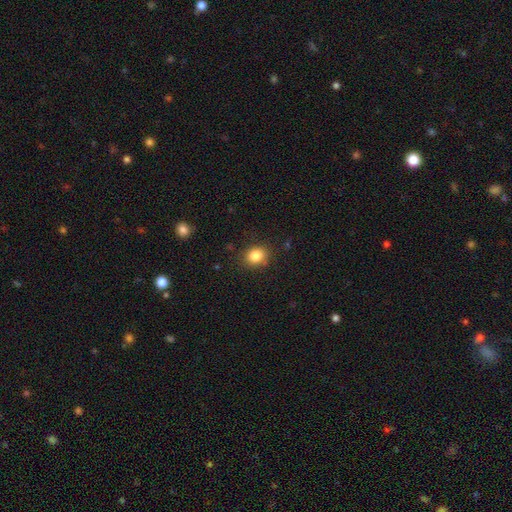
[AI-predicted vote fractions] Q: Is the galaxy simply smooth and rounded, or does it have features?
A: smooth — 84%.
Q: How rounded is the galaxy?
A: round — 59%.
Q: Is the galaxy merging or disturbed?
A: none — 84%.